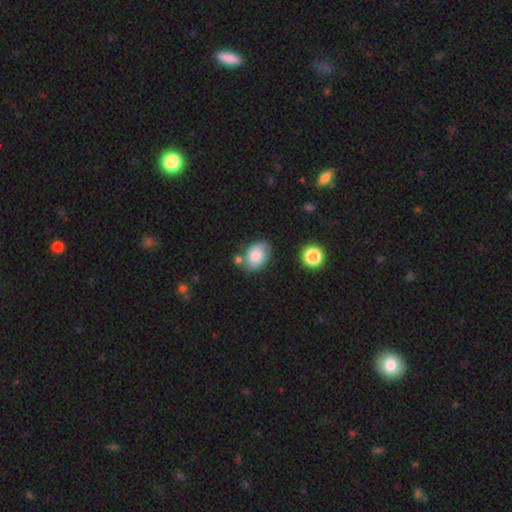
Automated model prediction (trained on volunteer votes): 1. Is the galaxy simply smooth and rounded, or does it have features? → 77% smooth, 15% featured or disk, 8% star or artifact.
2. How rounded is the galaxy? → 78% in between, 21% round, 1% cigar-shaped.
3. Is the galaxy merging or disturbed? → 68% none, 18% minor disturbance, 10% merger, 4% major disturbance.